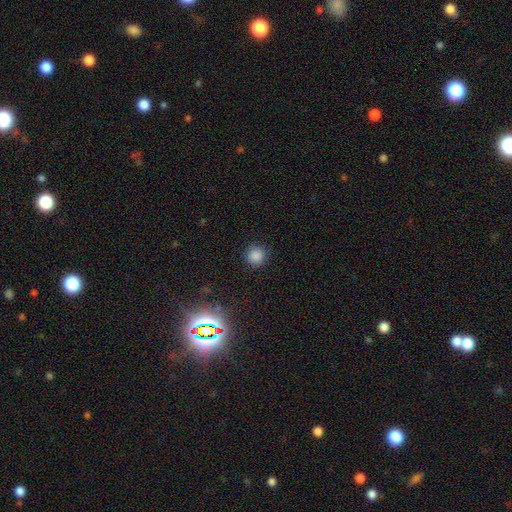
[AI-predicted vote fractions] Smooth or featured?
  - smooth: 82% *
  - star or artifact: 14%
  - featured or disk: 3%
How rounded?
  - round: 93% *
  - in between: 6%
  - cigar-shaped: 1%
Merging?
  - none: 89% *
  - minor disturbance: 7%
  - major disturbance: 3%
  - merger: 1%